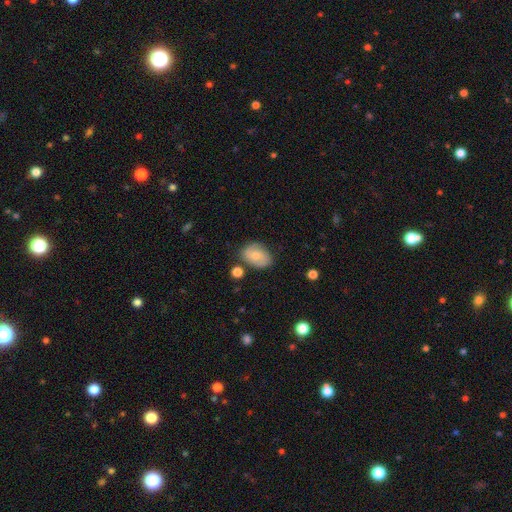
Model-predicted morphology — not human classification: A smooth galaxy with no disk features (72%) that is in between round and cigar-shaped (79%). Merging: none (72%).